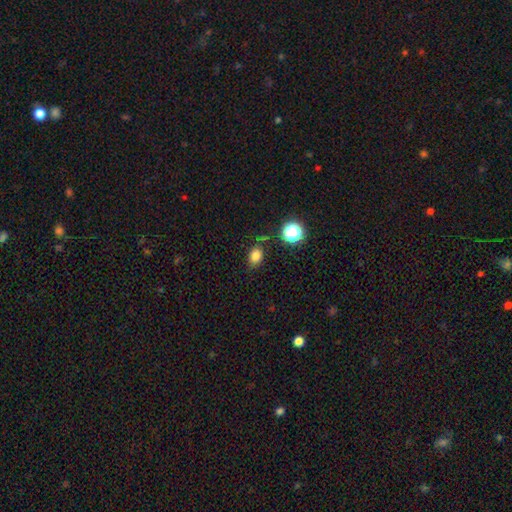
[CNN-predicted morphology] This is likely a smooth galaxy (79%). How rounded: likely in between (64%). Merging: likely none (77%).